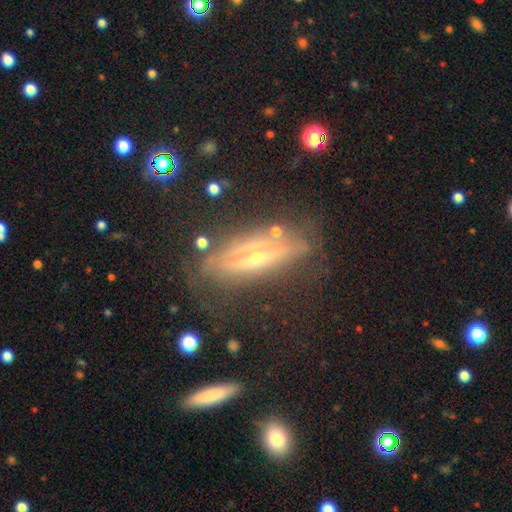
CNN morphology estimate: Smooth or featured? Predicted: featured or disk (p=0.72). Edge-on disk? Predicted: yes (p=0.78). Edge-on bulge? Predicted: rounded (p=0.81). Merging? Predicted: none (p=0.67).